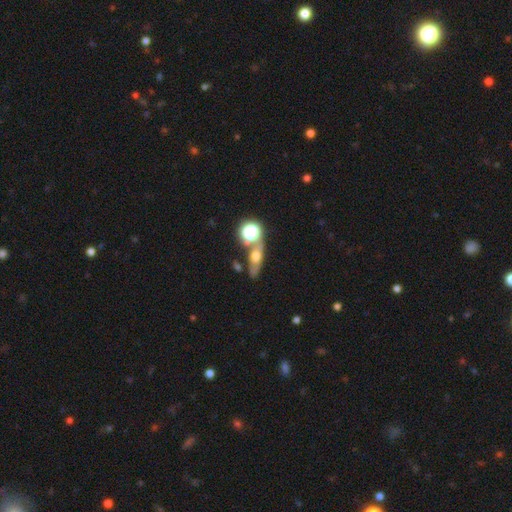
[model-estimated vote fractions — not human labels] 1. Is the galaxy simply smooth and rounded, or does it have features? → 44% smooth, 37% featured or disk, 19% star or artifact.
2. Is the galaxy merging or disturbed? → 59% none, 23% merger, 12% minor disturbance, 6% major disturbance.